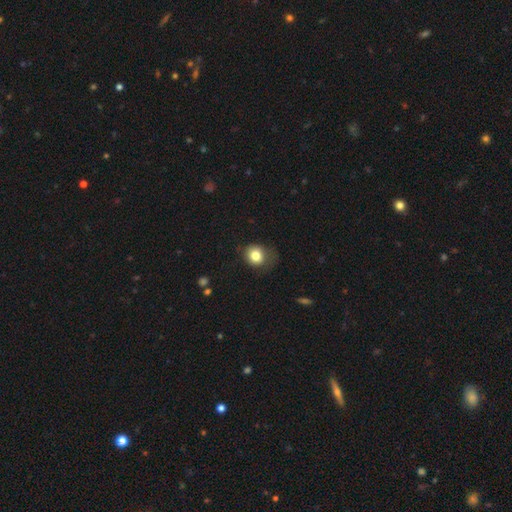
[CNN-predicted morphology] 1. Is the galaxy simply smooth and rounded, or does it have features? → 80% smooth, 10% featured or disk, 10% star or artifact.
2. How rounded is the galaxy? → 69% round, 30% in between, 1% cigar-shaped.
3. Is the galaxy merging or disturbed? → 55% none, 28% minor disturbance, 16% major disturbance, 2% merger.